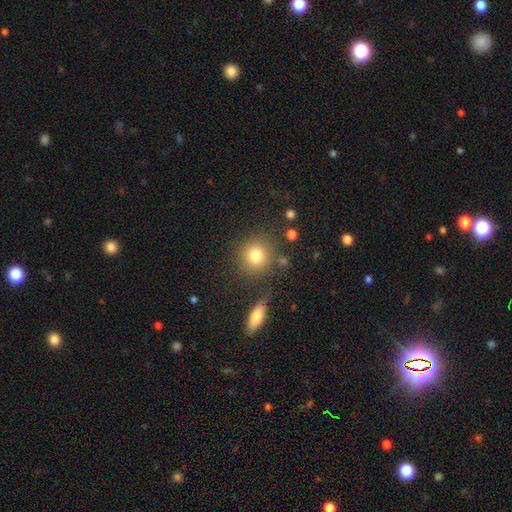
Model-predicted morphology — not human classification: smooth 81%, star or artifact 11%, featured or disk 8%. Down the decision tree: how rounded — round (87%); merging — none (79%).